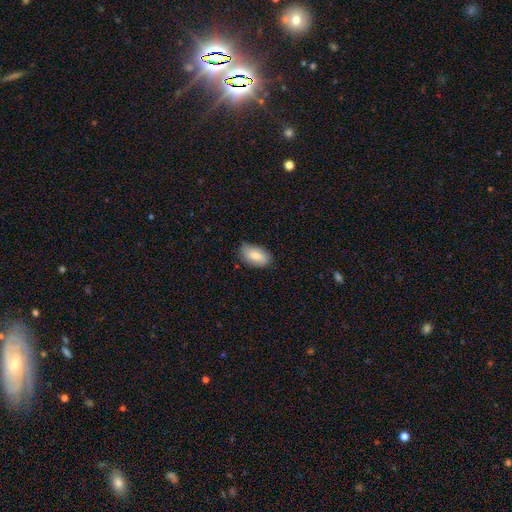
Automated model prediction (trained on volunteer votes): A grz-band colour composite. It shows a smooth galaxy with no disk features (80%) that is in between round and cigar-shaped (93%). Merging: none (74%).